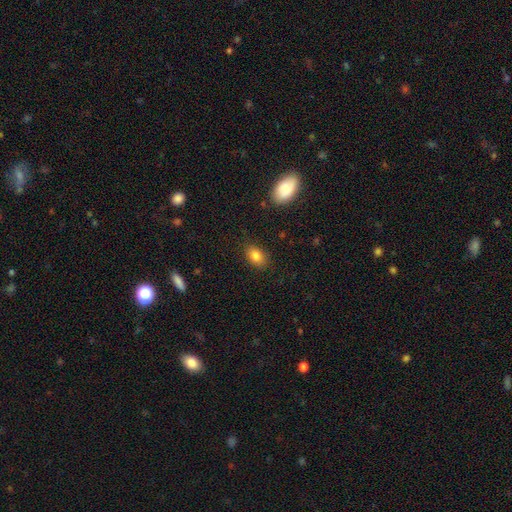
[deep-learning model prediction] Smooth or featured? Predicted: smooth (p=0.83). How rounded? Predicted: in between (p=0.81). Merging? Predicted: none (p=0.84).